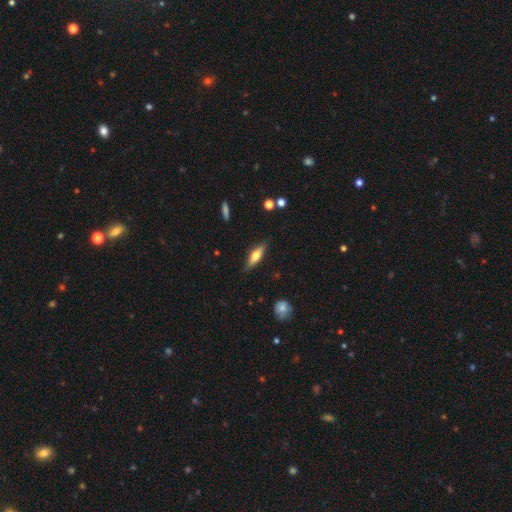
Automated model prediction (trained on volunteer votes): Smooth or featured: smooth — 55% (featured or disk — 39%)
How rounded: cigar-shaped — 53% (in between — 44%)
Merging: none — 83% (minor disturbance — 13%)